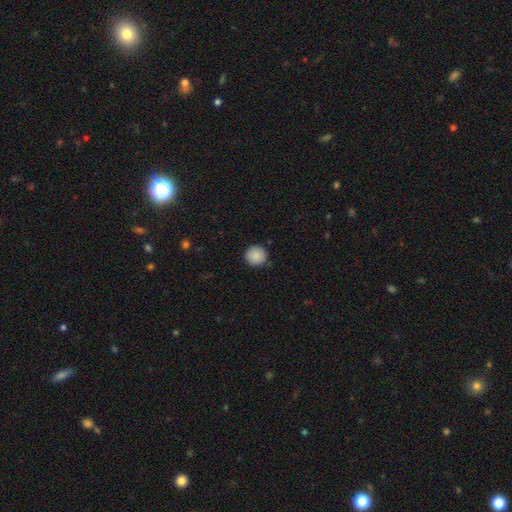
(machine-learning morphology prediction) A smooth galaxy with no disk features (88%) that is round (93%).

Vote fractions:
- Smooth or featured? smooth: 88% / star or artifact: 8% / featured or disk: 5%
- How rounded? round: 93% / in between: 6% / cigar-shaped: 1%
- Merging? none: 89% / minor disturbance: 8% / major disturbance: 2% / merger: 1%